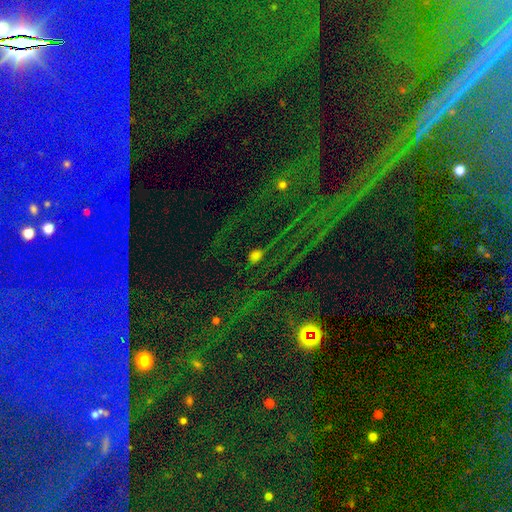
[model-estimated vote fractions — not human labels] Smooth or featured?
  - star or artifact: 45% *
  - smooth: 42%
  - featured or disk: 13%